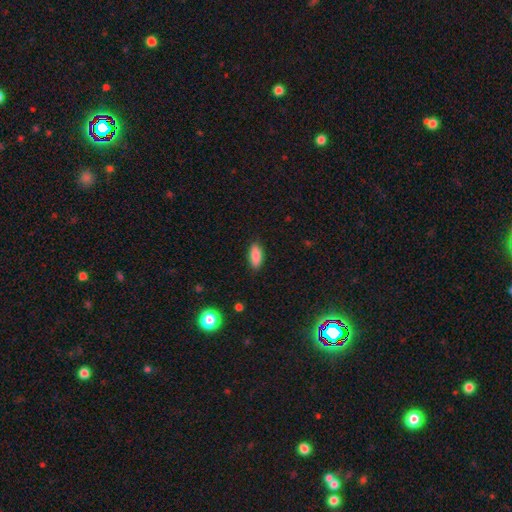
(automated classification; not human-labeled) smooth-or-featured: smooth: 86% | star or artifact: 7% | featured or disk: 7%
  how-rounded: in between: 84% | cigar-shaped: 14% | round: 2%
  merging: none: 87% | minor disturbance: 10% | major disturbance: 2% | merger: 1%